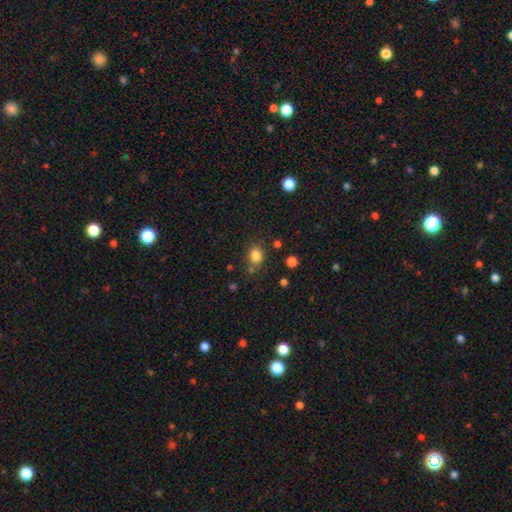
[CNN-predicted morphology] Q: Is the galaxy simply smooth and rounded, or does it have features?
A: smooth — 83%.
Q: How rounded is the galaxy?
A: round — 61%.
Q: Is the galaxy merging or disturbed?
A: none — 73%.